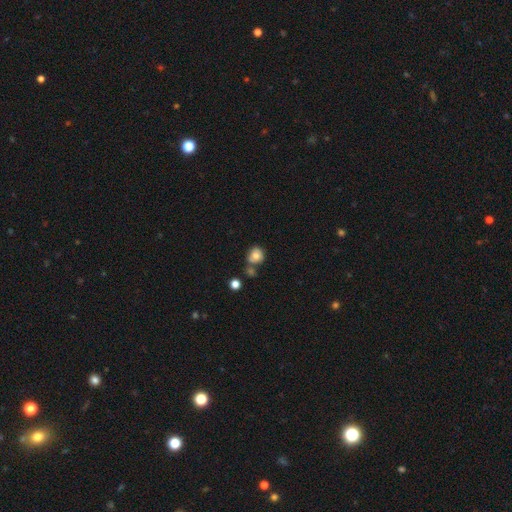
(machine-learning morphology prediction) Smooth or featured? smooth (76%)
How rounded? round (82%)
Merging? none (58%)